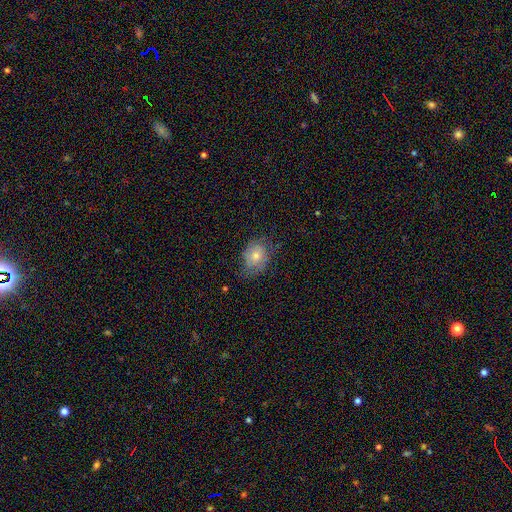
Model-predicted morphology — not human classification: This appears to be a smooth galaxy with no disk features (62%) that is in between round and cigar-shaped (52%). Merging: none (55%).